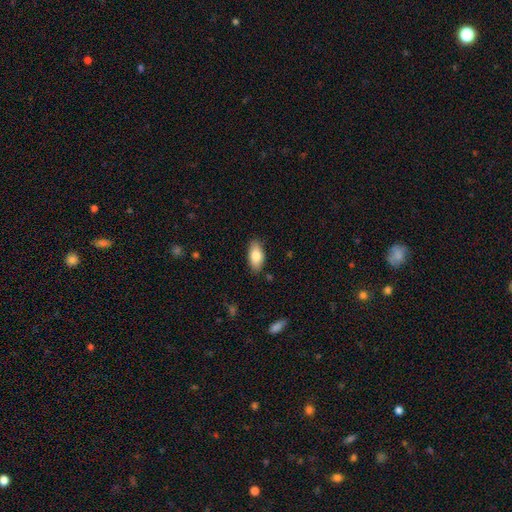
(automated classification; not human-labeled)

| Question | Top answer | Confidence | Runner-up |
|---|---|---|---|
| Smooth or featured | smooth | 79% | featured or disk (14%) |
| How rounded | in between | 91% | cigar-shaped (6%) |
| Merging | none | 86% | minor disturbance (10%) |